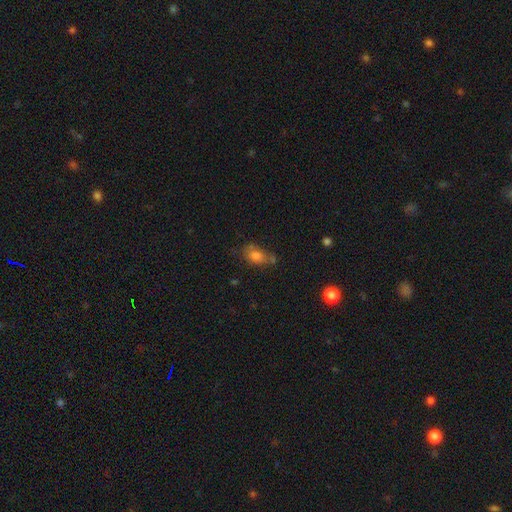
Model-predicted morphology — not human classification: A smooth galaxy with no disk features (71%) that is in between round and cigar-shaped (81%). Merging: none (48%).